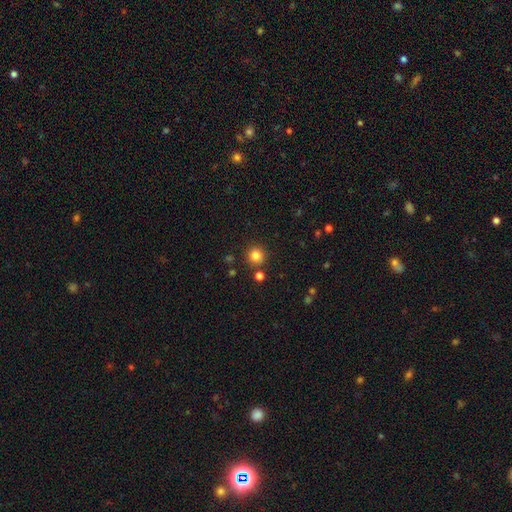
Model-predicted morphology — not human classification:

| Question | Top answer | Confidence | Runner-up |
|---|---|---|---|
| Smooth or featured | smooth | 81% | star or artifact (13%) |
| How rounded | round | 94% | in between (5%) |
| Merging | none | 87% | minor disturbance (6%) |